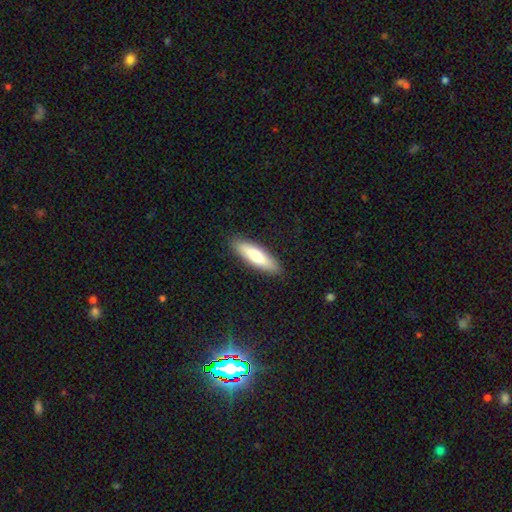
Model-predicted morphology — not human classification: A smooth galaxy with no disk features (70%) that is cigar-shaped (61%). Merging: none (89%).